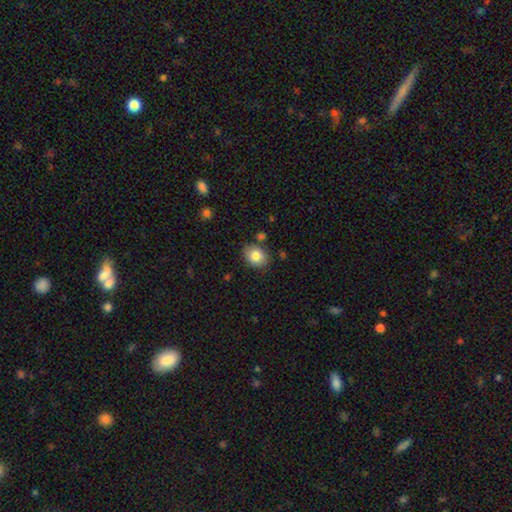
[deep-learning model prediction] smooth 83%, star or artifact 9%, featured or disk 8%. Down the decision tree: how rounded — round (50%); merging — none (80%).